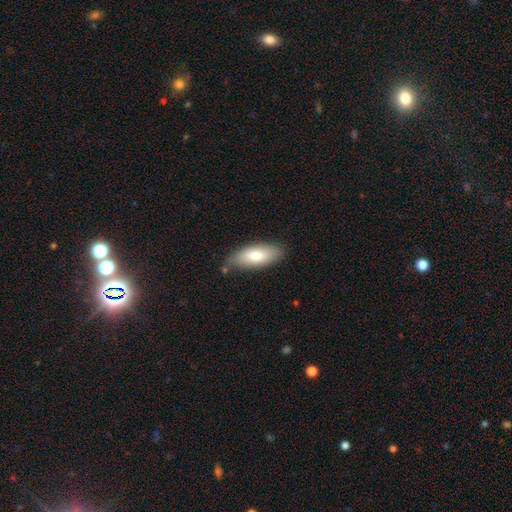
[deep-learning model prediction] Q: Smooth or featured?
A: smooth (75%); runner-up: featured or disk (19%)
Q: How rounded?
A: in between (79%); runner-up: cigar-shaped (19%)
Q: Merging?
A: none (78%); runner-up: minor disturbance (16%)